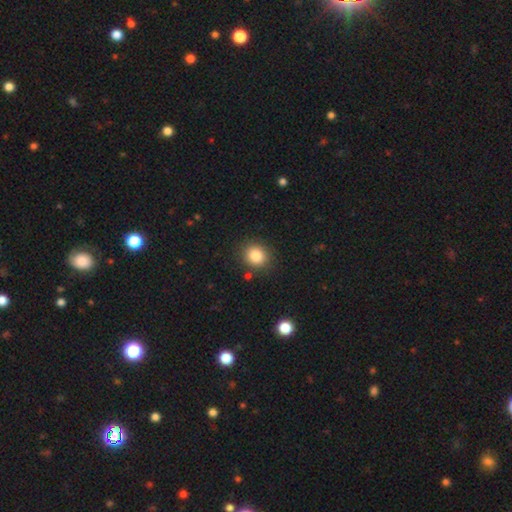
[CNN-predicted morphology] This appears to be a smooth galaxy with no disk features (84%) that is round (79%). Merging: none (86%).